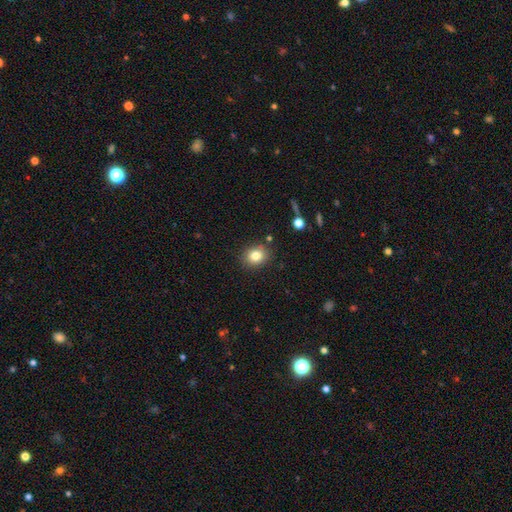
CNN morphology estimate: Smooth or featured? smooth (80%)
How rounded? round (63%)
Merging? none (85%)